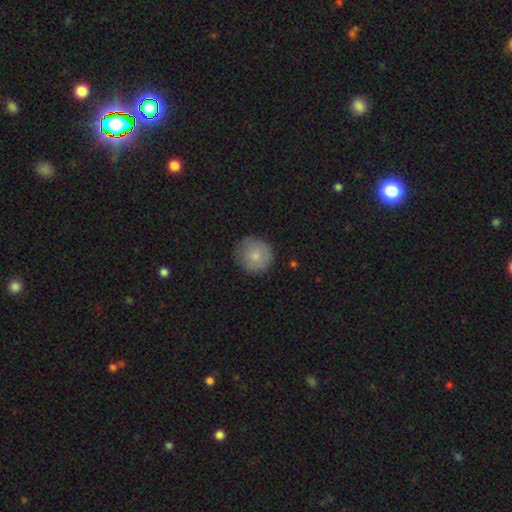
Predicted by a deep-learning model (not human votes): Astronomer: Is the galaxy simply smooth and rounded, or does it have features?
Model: smooth — 79%.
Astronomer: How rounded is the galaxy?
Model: round — 94%.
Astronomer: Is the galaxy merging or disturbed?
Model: none — 82%.